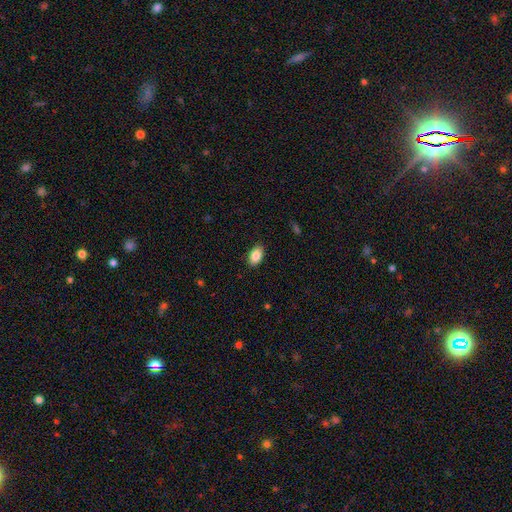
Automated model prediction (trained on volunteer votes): smooth_or_featured: smooth (p=0.87) [alt: star or artifact p=0.07]
how_rounded: in between (p=0.93) [alt: round p=0.06]
merging: none (p=0.88) [alt: minor disturbance p=0.09]